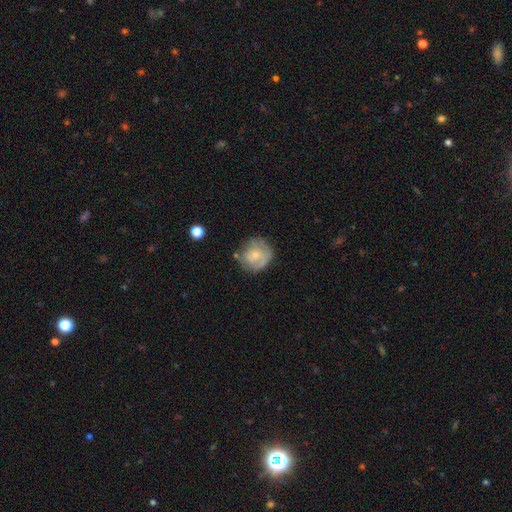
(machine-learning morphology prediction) A featured or disk galaxy (47%). Merging: none (60%).